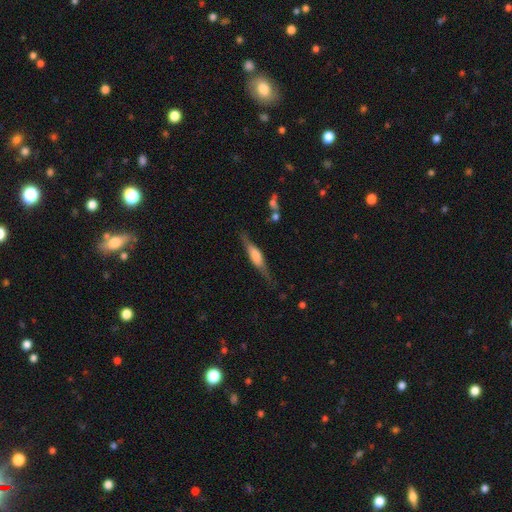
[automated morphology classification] Smooth or featured?
  - featured or disk: 56% *
  - smooth: 37%
  - star or artifact: 7%
Edge-on disk?
  - yes: 92% *
  - no: 8%
Edge-on bulge?
  - boxy: 47% *
  - rounded: 45%
  - none: 9%
Merging?
  - none: 73% *
  - minor disturbance: 18%
  - major disturbance: 6%
  - merger: 3%